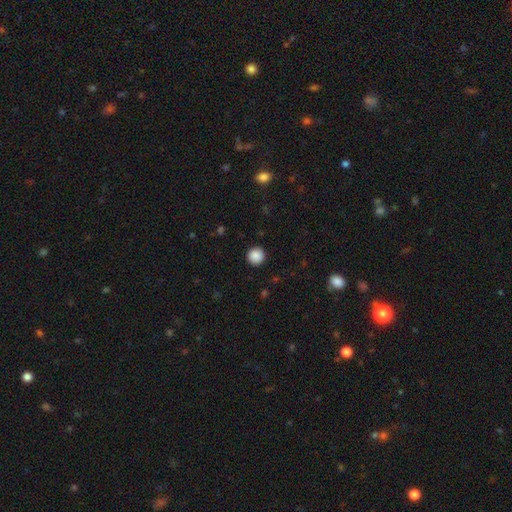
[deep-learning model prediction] Smooth or featured? smooth (88%)
How rounded? round (95%)
Merging? none (91%)